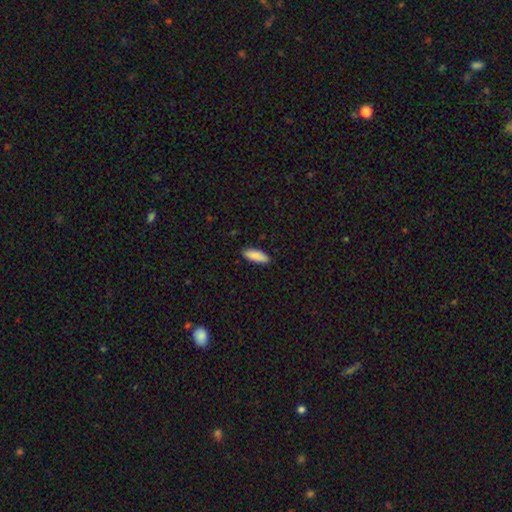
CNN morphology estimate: Q: Smooth or featured?
A: smooth (89%); runner-up: star or artifact (6%)
Q: How rounded?
A: in between (66%); runner-up: cigar-shaped (32%)
Q: Merging?
A: none (88%); runner-up: minor disturbance (9%)